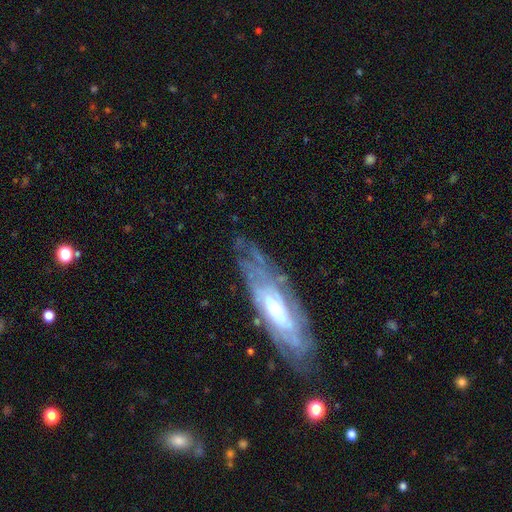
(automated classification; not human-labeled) smooth-or-featured: featured or disk: 76% | smooth: 16% | star or artifact: 8%
  disk-edge-on: no: 73% | yes: 27%
    bar: no: 57% | weak: 31% | strong: 12%
    has-spiral-arms: yes: 83% | no: 17%
    bulge-size: moderate: 49% | large: 24% | small: 19% | none: 5% | dominant: 3%
  merging: none: 69% | minor disturbance: 20% | major disturbance: 8% | merger: 2%